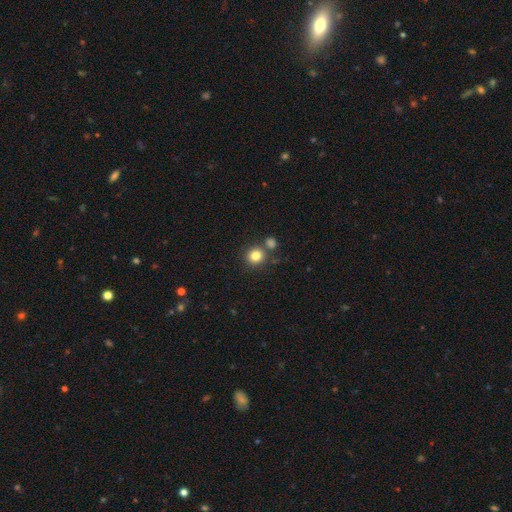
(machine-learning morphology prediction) Smooth or featured: smooth — 82% (star or artifact — 12%)
How rounded: round — 89% (in between — 10%)
Merging: none — 73% (merger — 16%)